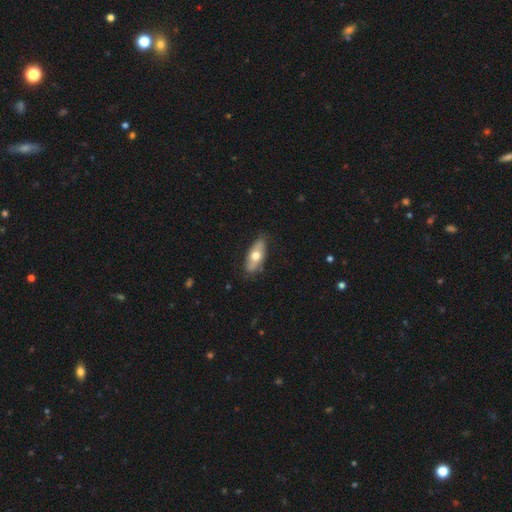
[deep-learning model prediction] Overall: smooth (62%; featured or disk 33%). How rounded: in between (83%). Merging: none (81%).